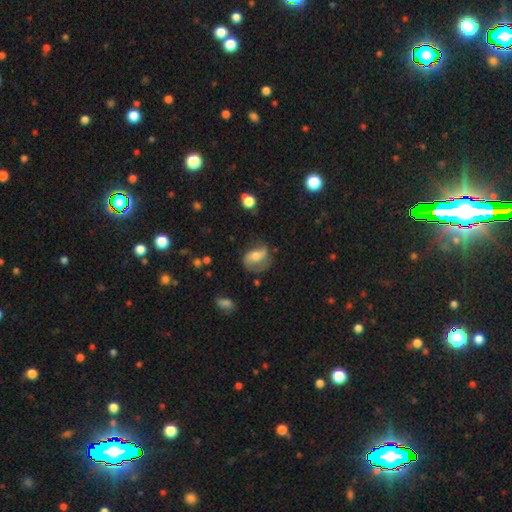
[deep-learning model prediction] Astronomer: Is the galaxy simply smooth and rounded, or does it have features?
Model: featured or disk — 60%.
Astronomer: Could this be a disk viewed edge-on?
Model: no — 96%.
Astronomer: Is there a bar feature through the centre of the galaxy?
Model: no — 41% (runner-up: weak, 38%).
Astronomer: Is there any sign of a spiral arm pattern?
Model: yes — 84%.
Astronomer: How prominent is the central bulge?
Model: moderate — 54% (runner-up: small, 32%).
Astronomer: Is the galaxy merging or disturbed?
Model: none — 55%.